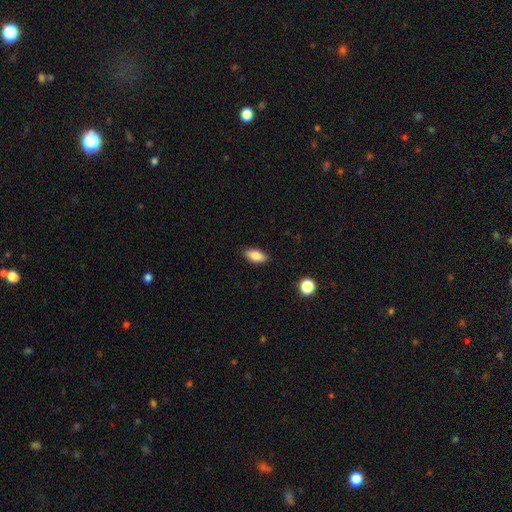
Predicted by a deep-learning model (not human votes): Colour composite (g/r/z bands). It shows a smooth galaxy with no disk features (85%) that is in between round and cigar-shaped (88%). Merging: none (87%).